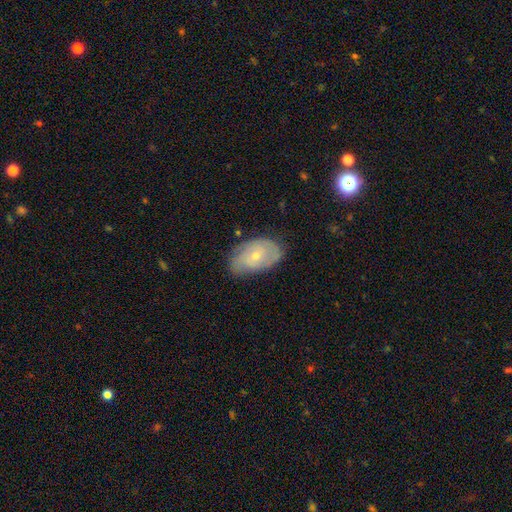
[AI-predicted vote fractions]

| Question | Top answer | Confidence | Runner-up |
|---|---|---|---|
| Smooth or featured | featured or disk | 55% | smooth (38%) |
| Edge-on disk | no | 94% | yes (6%) |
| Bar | no | 77% | weak (20%) |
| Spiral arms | yes | 72% | no (28%) |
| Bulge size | small | 65% | moderate (32%) |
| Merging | none | 68% | minor disturbance (25%) |